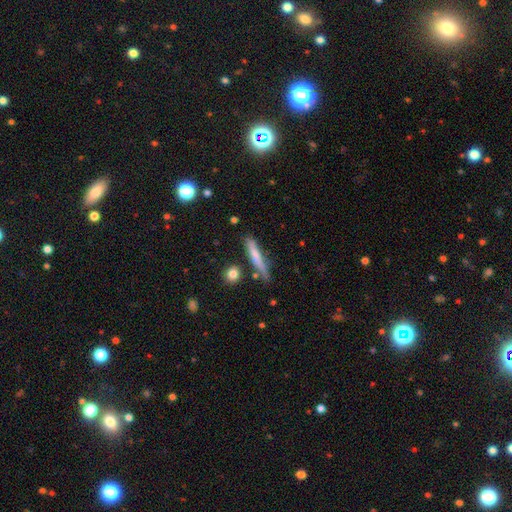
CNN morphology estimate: This is likely a smooth galaxy (65%). How rounded: clearly cigar-shaped (91%). Merging: likely none (69%).